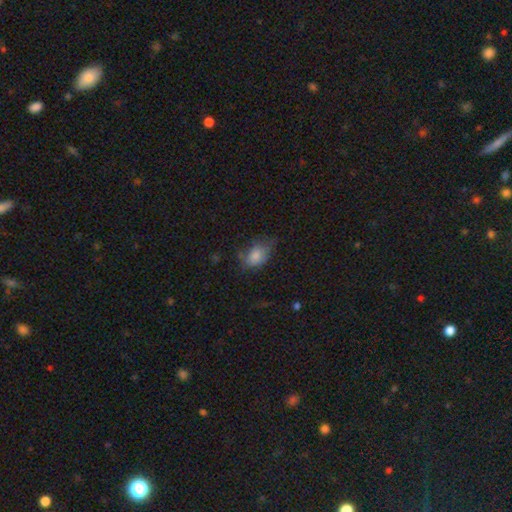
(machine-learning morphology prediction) Overall: smooth (77%). How rounded: in between (79%). Merging: none (49%; minor disturbance 35%).